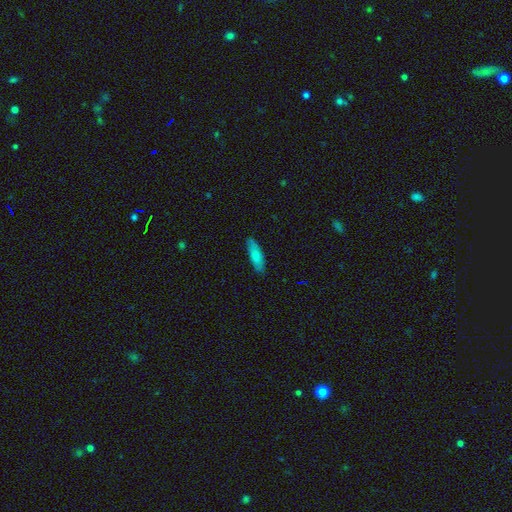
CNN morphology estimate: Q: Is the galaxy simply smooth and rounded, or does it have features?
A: smooth — 71%.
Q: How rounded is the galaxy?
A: cigar-shaped — 55%.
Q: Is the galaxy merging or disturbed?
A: none — 87%.